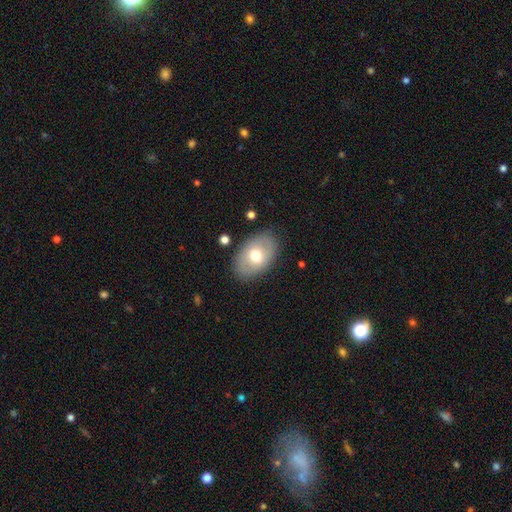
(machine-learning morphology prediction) type=smooth (63%); roundness=in between (88%); merging=none (83%).